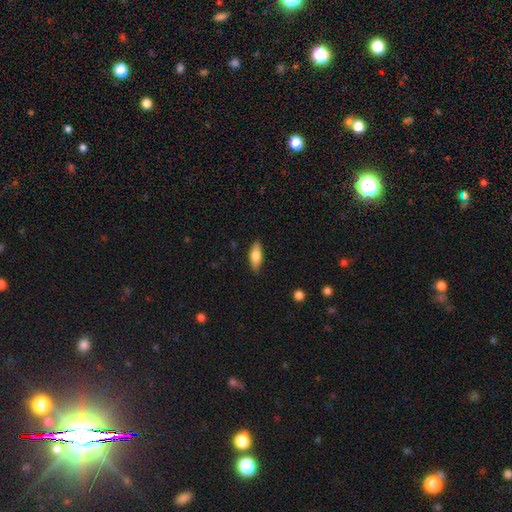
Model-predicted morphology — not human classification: Q: Smooth or featured?
A: smooth (71%); runner-up: featured or disk (23%)
Q: How rounded?
A: in between (70%); runner-up: cigar-shaped (28%)
Q: Merging?
A: none (83%); runner-up: minor disturbance (13%)